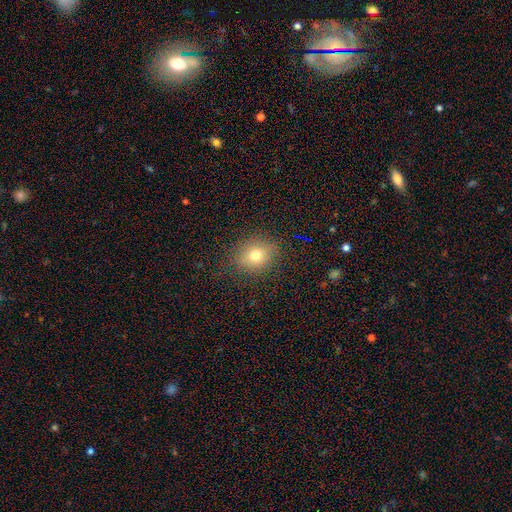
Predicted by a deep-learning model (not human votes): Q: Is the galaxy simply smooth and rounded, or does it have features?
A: smooth — 74%.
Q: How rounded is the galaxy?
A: round — 60%.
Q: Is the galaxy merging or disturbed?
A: none — 84%.